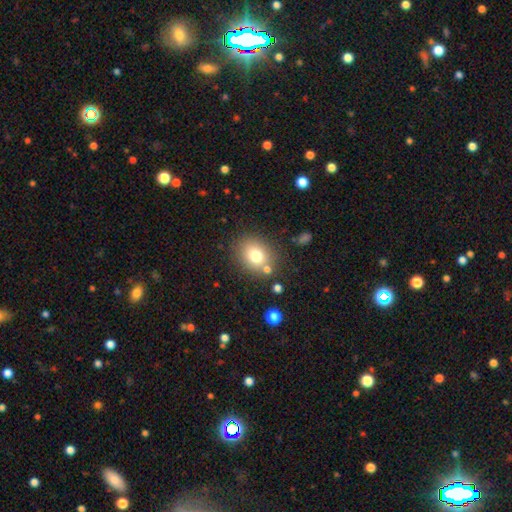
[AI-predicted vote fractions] Smooth or featured? smooth (75%)
How rounded? round (57%)
Merging? none (76%)